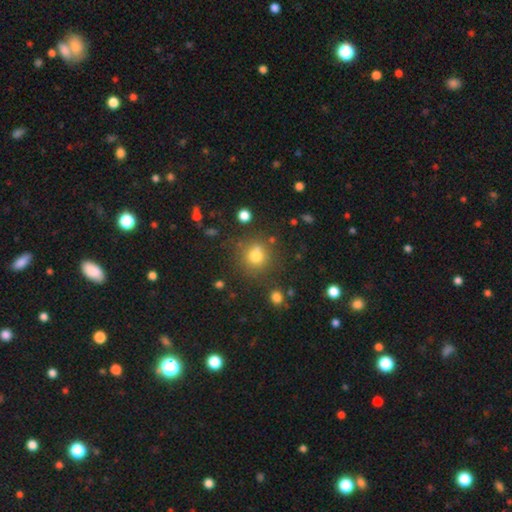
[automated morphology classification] Q: Smooth or featured?
A: smooth (76%); runner-up: star or artifact (15%)
Q: How rounded?
A: round (89%); runner-up: in between (10%)
Q: Merging?
A: none (74%); runner-up: minor disturbance (11%)